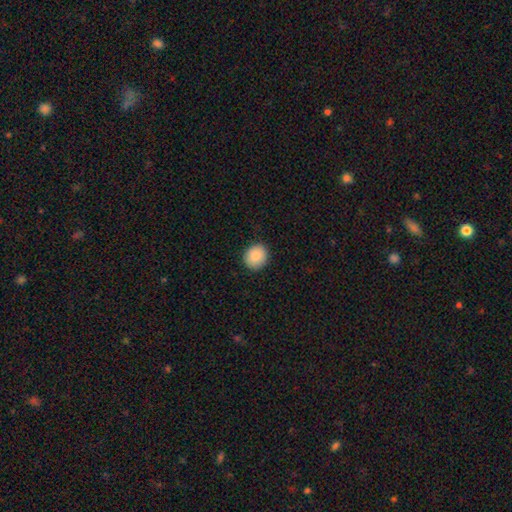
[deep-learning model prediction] Smooth or featured: smooth — 88% (star or artifact — 8%)
How rounded: round — 78% (in between — 21%)
Merging: none — 89% (minor disturbance — 8%)